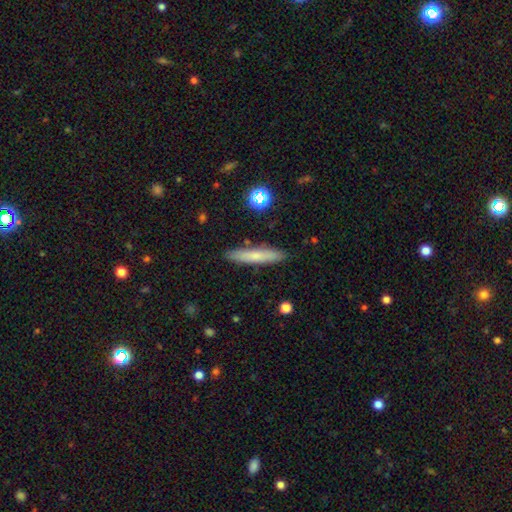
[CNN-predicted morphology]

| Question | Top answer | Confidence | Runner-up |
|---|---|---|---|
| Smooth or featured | smooth | 68% | featured or disk (25%) |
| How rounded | cigar-shaped | 90% | in between (9%) |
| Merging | none | 88% | minor disturbance (8%) |